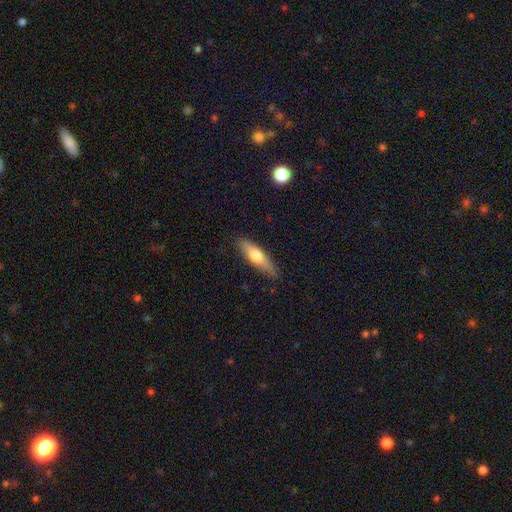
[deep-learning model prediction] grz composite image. It shows a smooth galaxy with no disk features (61%) that is cigar-shaped (66%). Merging: none (84%).